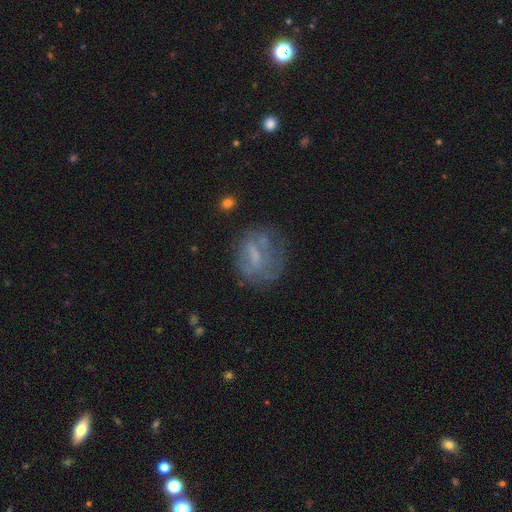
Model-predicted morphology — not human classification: Smooth or featured?
  - featured or disk: 47% *
  - smooth: 38%
  - star or artifact: 15%
Merging?
  - none: 55% *
  - minor disturbance: 22%
  - major disturbance: 20%
  - merger: 4%